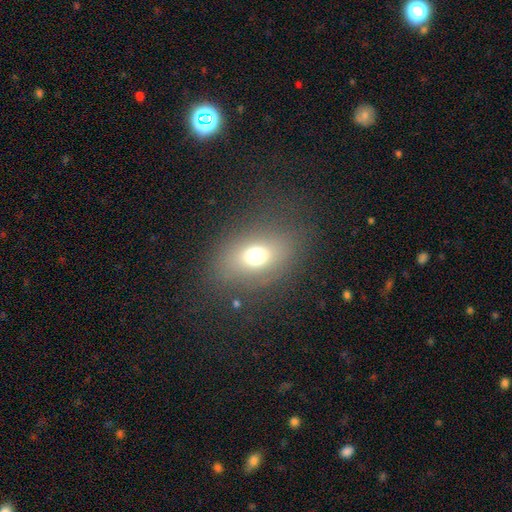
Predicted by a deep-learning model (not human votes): Smooth or featured? Predicted: smooth (p=0.65). How rounded? Predicted: in between (p=0.63). Merging? Predicted: none (p=0.78).